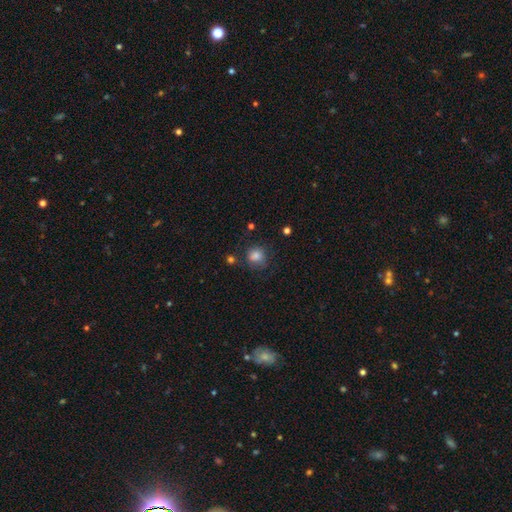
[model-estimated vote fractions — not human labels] Smooth or featured? smooth (79%)
How rounded? round (82%)
Merging? none (68%)